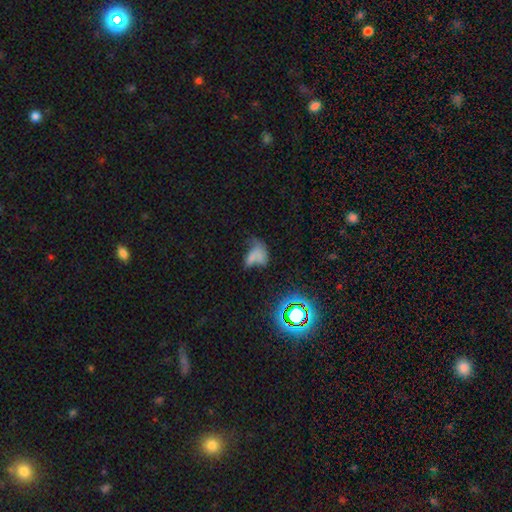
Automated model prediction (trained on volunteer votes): Morphology: type=smooth (54%); roundness=in between (82%); merging=major disturbance (33%).